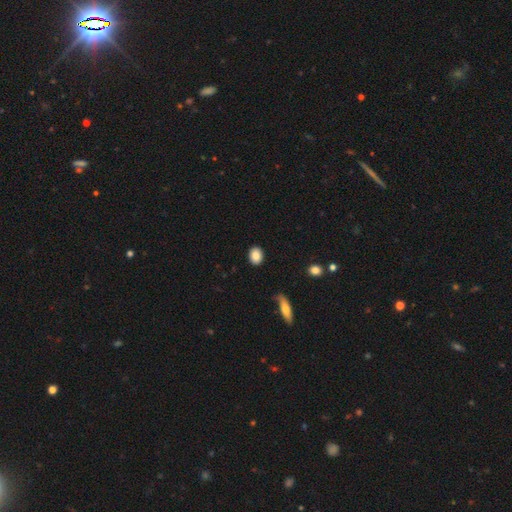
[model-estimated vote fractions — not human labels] smooth_or_featured: smooth (p=0.86) [alt: star or artifact p=0.08]
how_rounded: in between (p=0.57) [alt: round p=0.42]
merging: none (p=0.89) [alt: minor disturbance p=0.07]